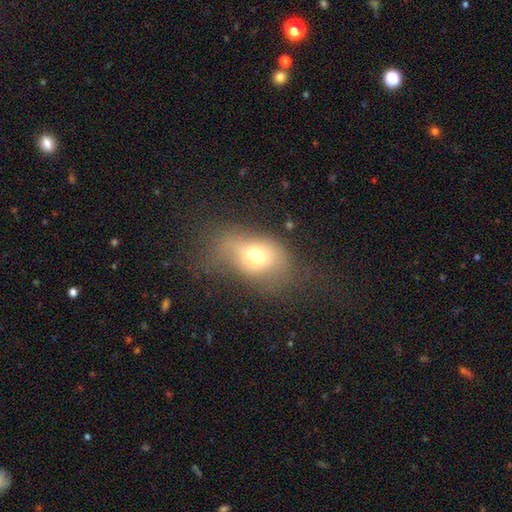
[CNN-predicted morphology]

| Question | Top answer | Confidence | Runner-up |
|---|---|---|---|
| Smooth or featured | smooth | 64% | featured or disk (23%) |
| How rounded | in between | 75% | round (23%) |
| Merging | none | 34% | minor disturbance (31%) |